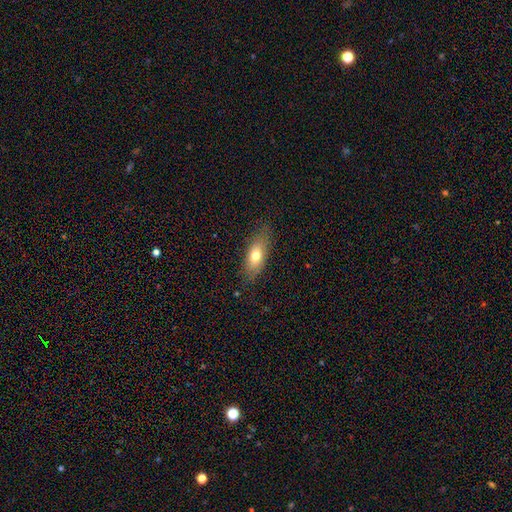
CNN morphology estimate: This is likely a smooth galaxy (69%). How rounded: likely in between (73%). Merging: likely none (80%).